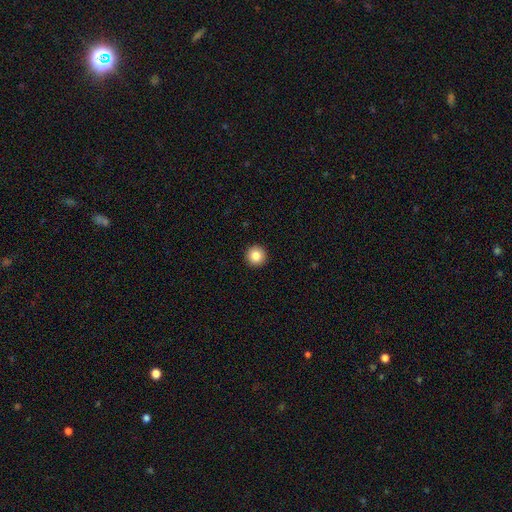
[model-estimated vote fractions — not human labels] smooth-or-featured: smooth: 84% | star or artifact: 9% | featured or disk: 6%
  how-rounded: round: 96% | in between: 3% | cigar-shaped: 1%
  merging: none: 94% | minor disturbance: 4% | major disturbance: 1% | merger: 1%